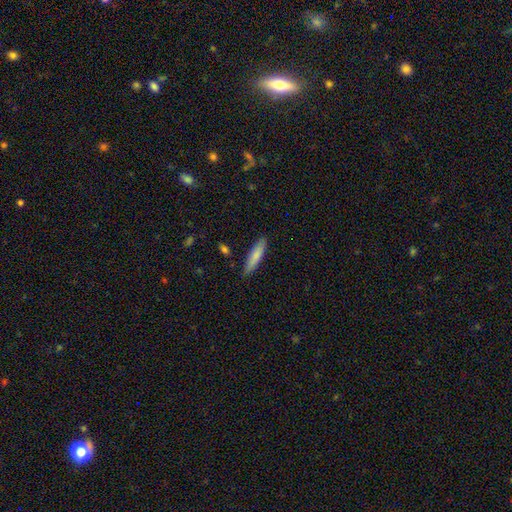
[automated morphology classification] This is likely a smooth galaxy (79%). How rounded: likely cigar-shaped (79%). Merging: clearly none (86%).